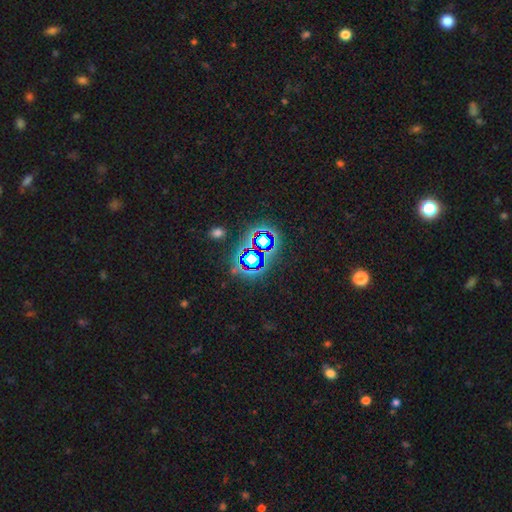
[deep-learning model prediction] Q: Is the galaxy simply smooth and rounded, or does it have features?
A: star or artifact — 75%.